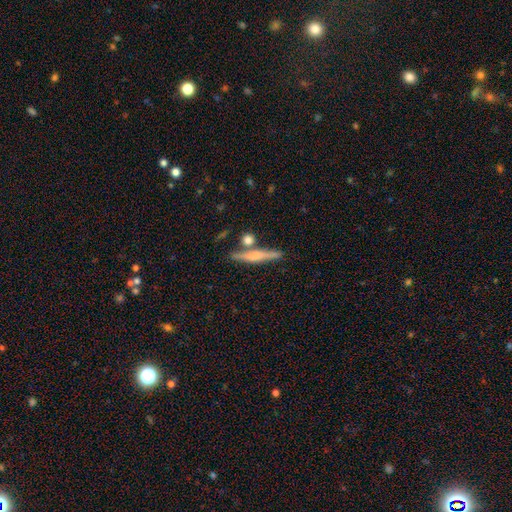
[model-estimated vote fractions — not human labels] Smooth or featured?
  - featured or disk: 51% *
  - smooth: 42%
  - star or artifact: 7%
Edge-on disk?
  - yes: 96% *
  - no: 4%
Merging?
  - none: 76% *
  - merger: 11%
  - minor disturbance: 10%
  - major disturbance: 3%